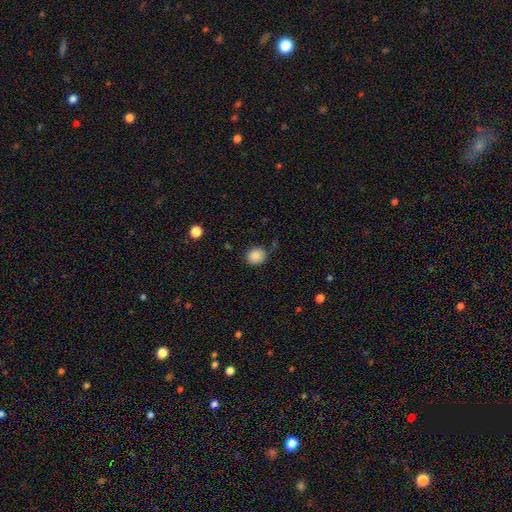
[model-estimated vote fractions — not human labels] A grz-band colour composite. It shows a smooth galaxy with no disk features (87%) that is round (77%). Merging: none (82%).